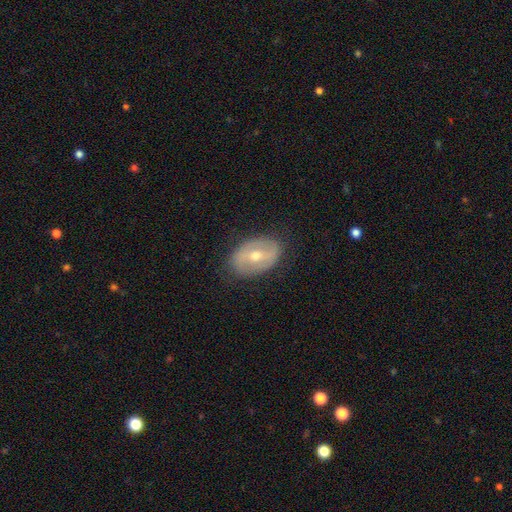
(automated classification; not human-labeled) This appears to be a featured or disk galaxy (62%) with a weak bar (40%), no spiral arms (61%) and a moderate central bulge (63%). Merging: none (81%).